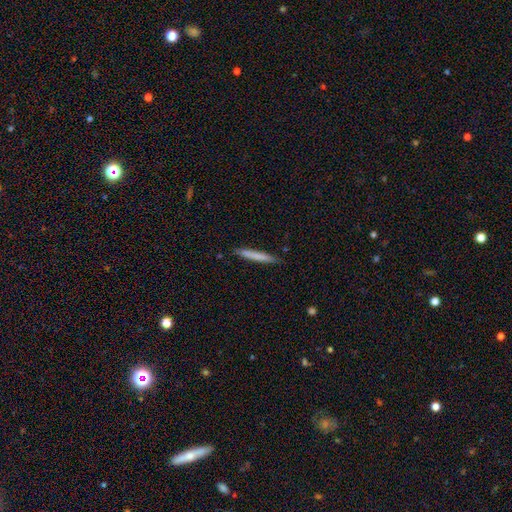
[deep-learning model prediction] This is likely a smooth galaxy (73%). How rounded: clearly cigar-shaped (96%). Merging: clearly none (88%).